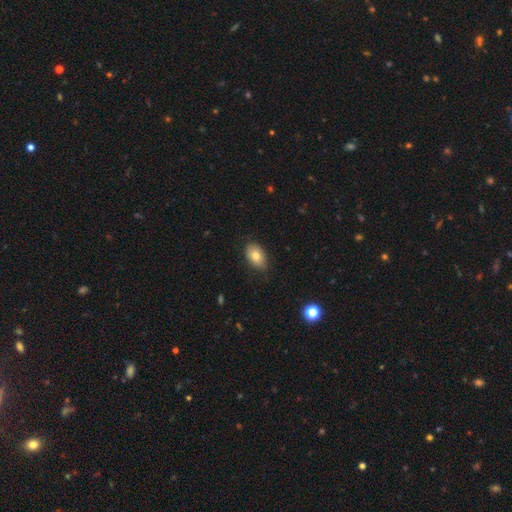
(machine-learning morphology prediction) The model was most divided on "merging": none: 78%, minor disturbance: 19%, major disturbance: 3%, merger: 1%. More confident: how rounded — in between (88%); smooth or featured — smooth (79%).